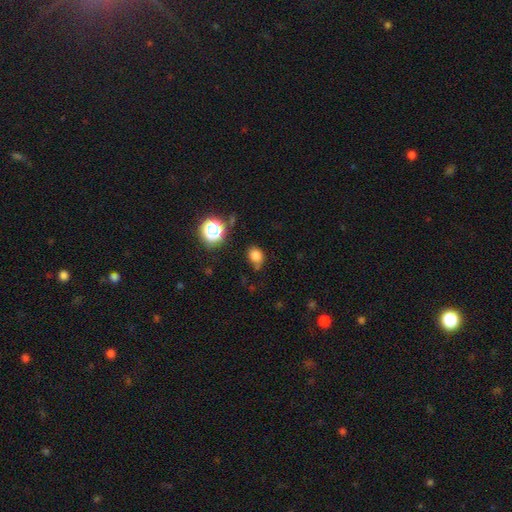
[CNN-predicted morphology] smooth 78%, star or artifact 16%, featured or disk 6%. Down the decision tree: how rounded — round (59%); merging — none (68%).